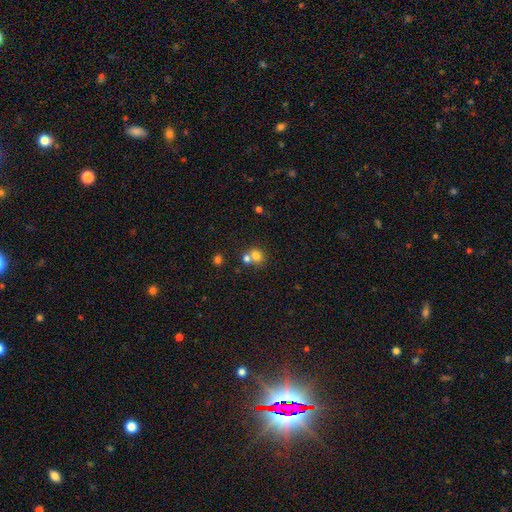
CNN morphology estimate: A smooth galaxy with no disk features (75%) that is round (78%). Merging: merger (49%).